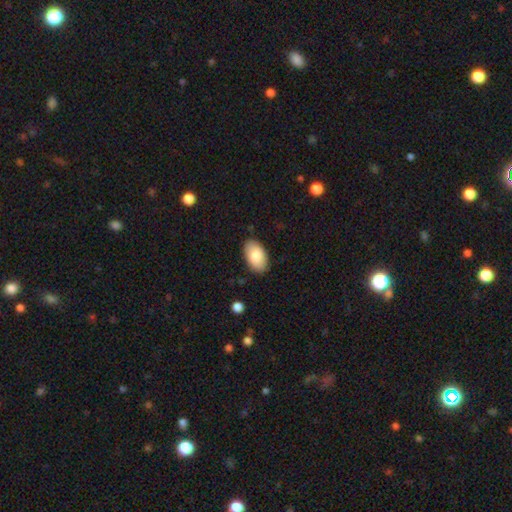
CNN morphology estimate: Smooth or featured? Predicted: smooth (p=0.85). How rounded? Predicted: in between (p=0.95). Merging? Predicted: none (p=0.86).